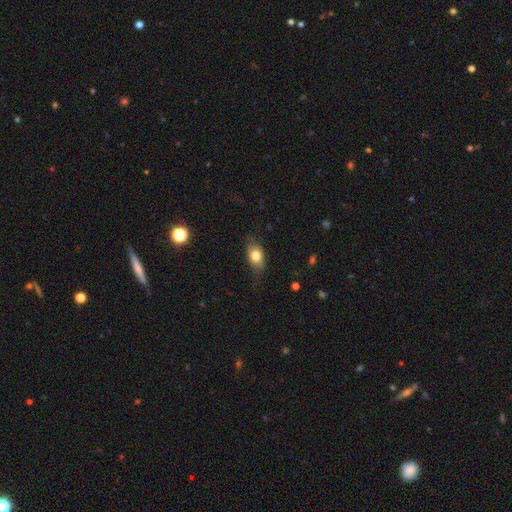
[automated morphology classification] Smooth or featured: smooth — 77% (featured or disk — 14%)
How rounded: in between — 80% (round — 17%)
Merging: none — 68% (minor disturbance — 24%)